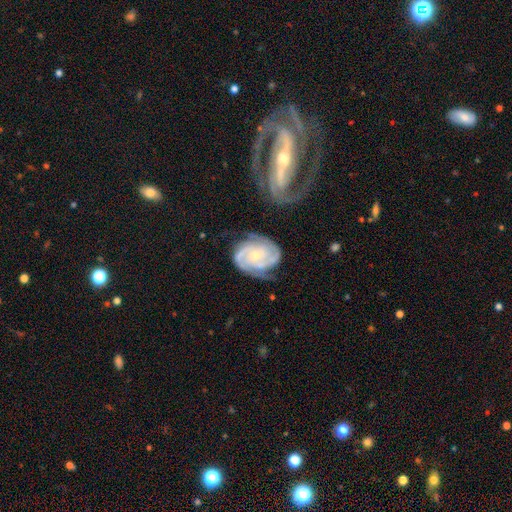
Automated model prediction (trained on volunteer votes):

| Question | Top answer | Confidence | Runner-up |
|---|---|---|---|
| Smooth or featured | featured or disk | 88% | smooth (7%) |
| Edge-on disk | no | 98% | yes (2%) |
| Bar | no | 71% | weak (22%) |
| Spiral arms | yes | 97% | no (3%) |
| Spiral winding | tight | 60% | medium (33%) |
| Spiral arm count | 2 | 42% | 3 (29%) |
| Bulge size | small | 74% | moderate (21%) |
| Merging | none | 64% | minor disturbance (21%) |